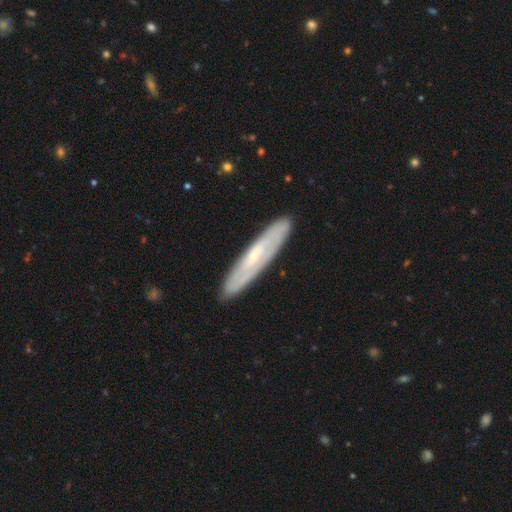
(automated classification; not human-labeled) Smooth or featured? featured or disk (58%)
Edge-on disk? yes (55%)
Merging? none (87%)